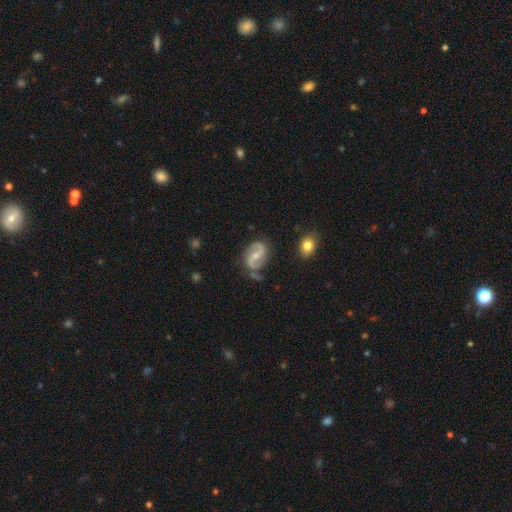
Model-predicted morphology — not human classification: The model was most divided on "bulge size": small: 51%, moderate: 43%, none: 3%, large: 2%, dominant: 1%. Remaining: edge-on disk — no (98%); spiral arms — yes (97%); spiral arm count — 2 (93%); smooth or featured — featured or disk (88%); merging — none (72%); spiral winding — medium (49%); bar — weak (44%).